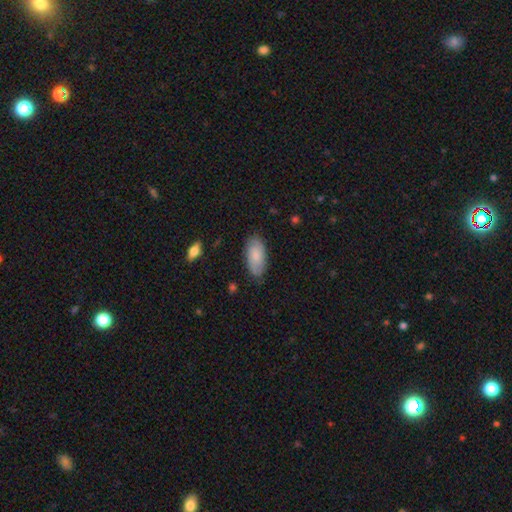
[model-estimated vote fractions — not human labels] Overall: smooth (76%). How rounded: in between (92%). Merging: none (82%).